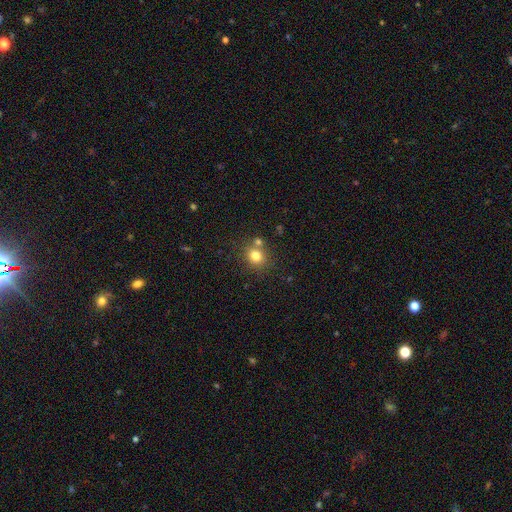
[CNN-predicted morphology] This appears to be a smooth galaxy with no disk features (78%) that is round (77%). Merging: none (68%).